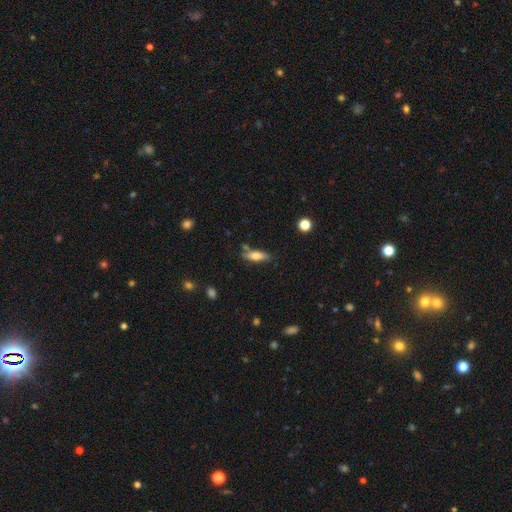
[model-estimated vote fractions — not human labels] Morphology: type=smooth (70%); roundness=in between (54%); merging=none (71%).